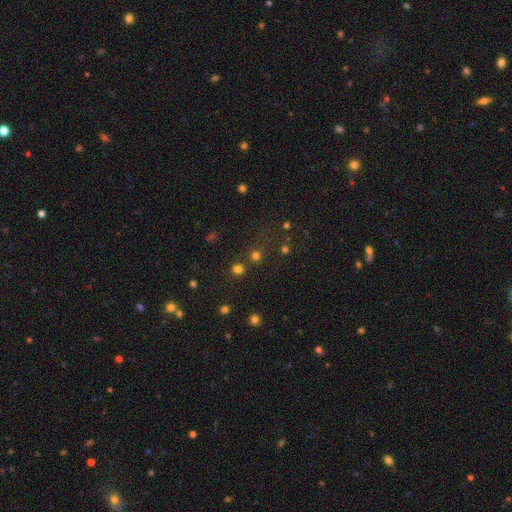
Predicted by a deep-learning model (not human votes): Overall: smooth (68%). How rounded: round (91%). Merging: none (76%).